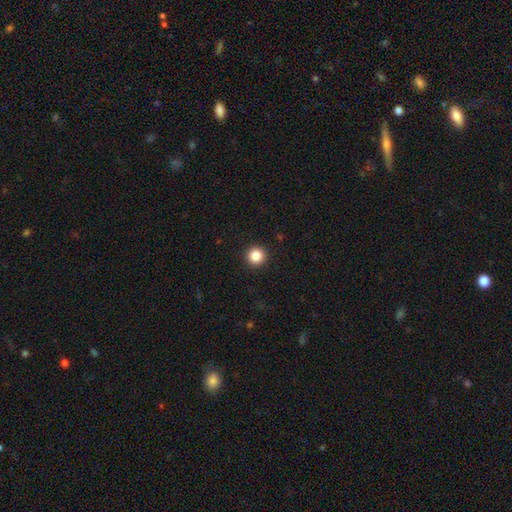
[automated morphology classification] smooth_or_featured: smooth (p=0.85) [alt: star or artifact p=0.11]
how_rounded: round (p=0.96) [alt: in between p=0.03]
merging: none (p=0.93) [alt: minor disturbance p=0.04]